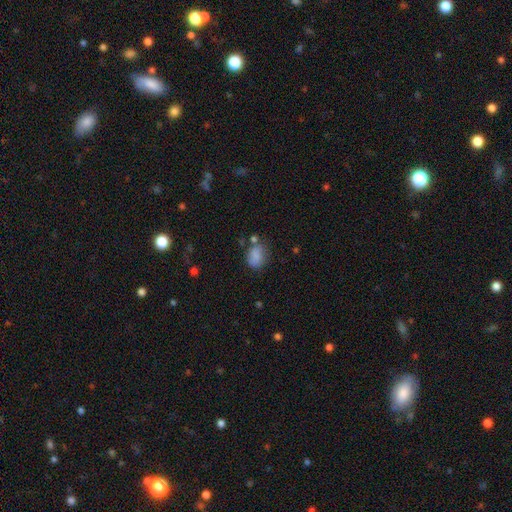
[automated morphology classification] type=smooth (78%); roundness=in between (62%); merging=none (55%).